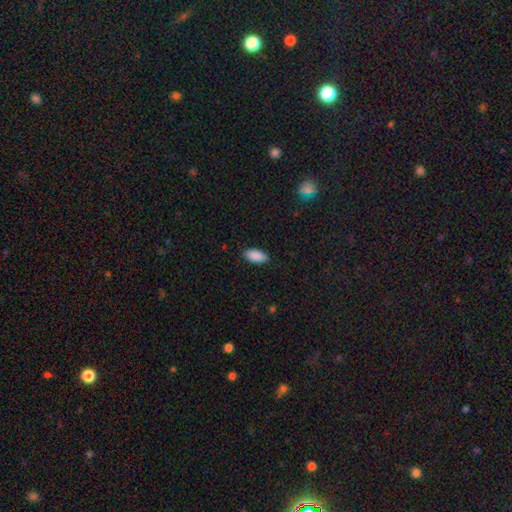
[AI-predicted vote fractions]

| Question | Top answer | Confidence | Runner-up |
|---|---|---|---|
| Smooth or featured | smooth | 91% | star or artifact (6%) |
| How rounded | in between | 92% | cigar-shaped (5%) |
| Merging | none | 87% | minor disturbance (10%) |